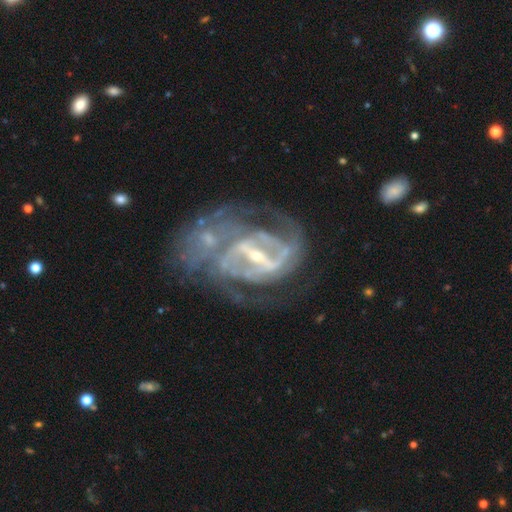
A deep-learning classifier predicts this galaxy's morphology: Smooth or featured: featured or disk — 89% (star or artifact — 6%)
Edge-on disk: no — 97% (yes — 3%)
Bar: strong — 59% (weak — 31%)
Spiral arms: yes — 92% (no — 8%)
Spiral winding: medium — 44% (tight — 38%)
Spiral arm count: 2 — 46% (can't tell — 24%)
Bulge size: small — 67% (moderate — 26%)
Merging: none — 39% (major disturbance — 27%)